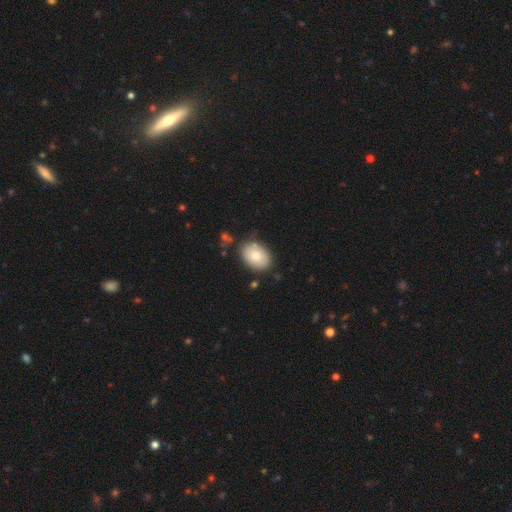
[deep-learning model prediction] Morphology: type=smooth (79%); roundness=in between (76%); merging=none (79%).